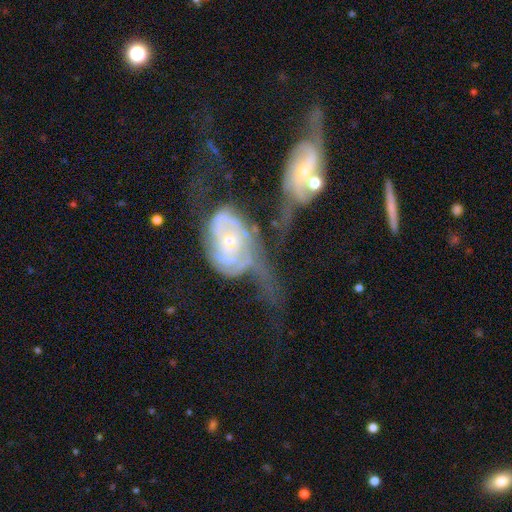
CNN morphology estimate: A featured or disk galaxy (73%) with no bar (66%), spiral arms (73%) and a small central bulge (48%).

Vote fractions:
- Smooth or featured? featured or disk: 73% / smooth: 16% / star or artifact: 11%
- Edge-on disk? no: 91% / yes: 9%
- Bar? no: 66% / weak: 25% / strong: 9%
- Spiral arms? yes: 73% / no: 27%
- Bulge size? small: 48% / moderate: 41% / large: 5% / none: 4% / dominant: 2%
- Merging? merger: 46% / major disturbance: 29% / none: 15% / minor disturbance: 9%